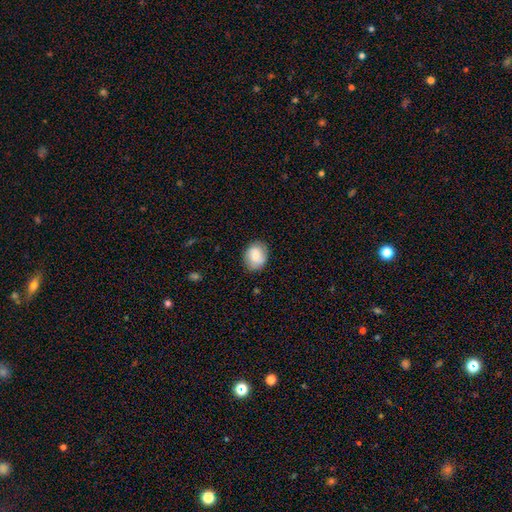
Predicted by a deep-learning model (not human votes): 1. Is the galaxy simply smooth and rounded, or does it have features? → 71% smooth, 22% featured or disk, 7% star or artifact.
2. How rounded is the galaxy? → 53% round, 46% in between, 1% cigar-shaped.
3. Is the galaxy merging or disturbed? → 82% none, 13% minor disturbance, 3% major disturbance, 1% merger.